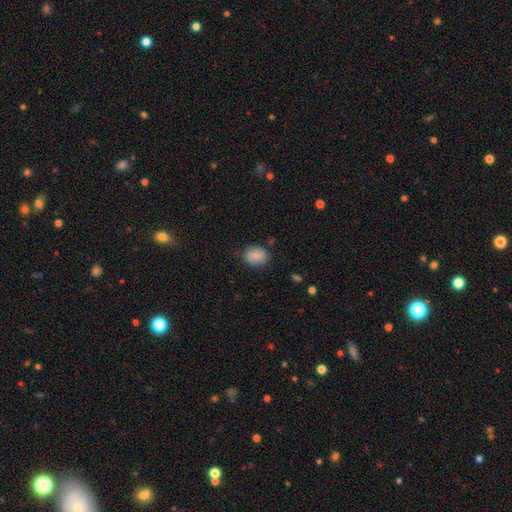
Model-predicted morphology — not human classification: Smooth or featured? Predicted: smooth (p=0.82). How rounded? Predicted: round (p=0.50). Merging? Predicted: none (p=0.77).